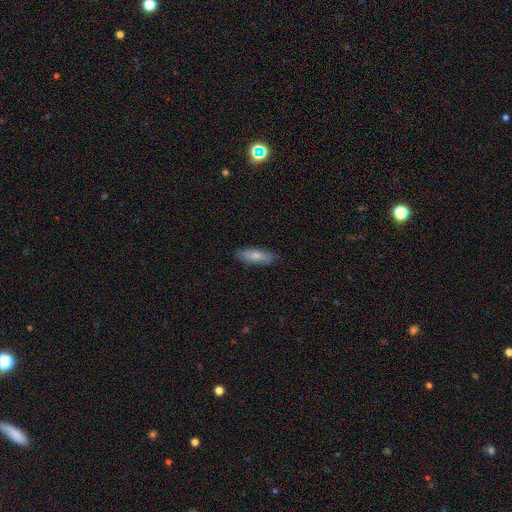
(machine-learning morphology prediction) Q: Smooth or featured?
A: smooth (77%); runner-up: featured or disk (17%)
Q: How rounded?
A: in between (57%); runner-up: cigar-shaped (41%)
Q: Merging?
A: none (83%); runner-up: minor disturbance (14%)